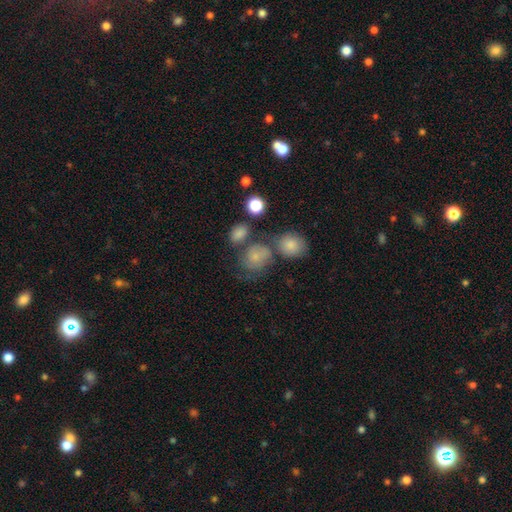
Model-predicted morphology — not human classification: Smooth or featured? Predicted: smooth (p=0.72). How rounded? Predicted: round (p=0.62). Merging? Predicted: none (p=0.45).